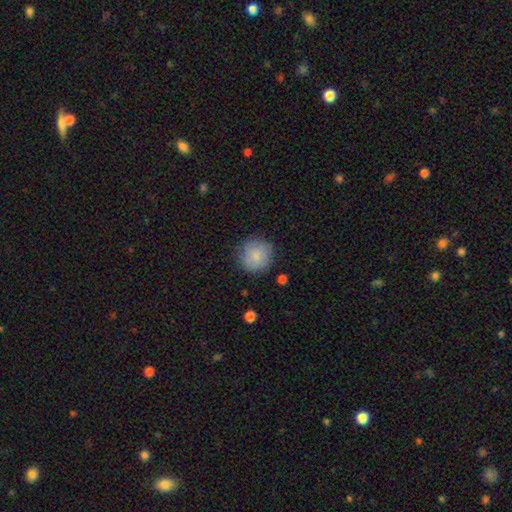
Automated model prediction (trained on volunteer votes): smooth-or-featured: smooth: 84% | featured or disk: 9% | star or artifact: 7%
  how-rounded: round: 93% | in between: 6% | cigar-shaped: 1%
  merging: none: 80% | minor disturbance: 14% | major disturbance: 4% | merger: 2%